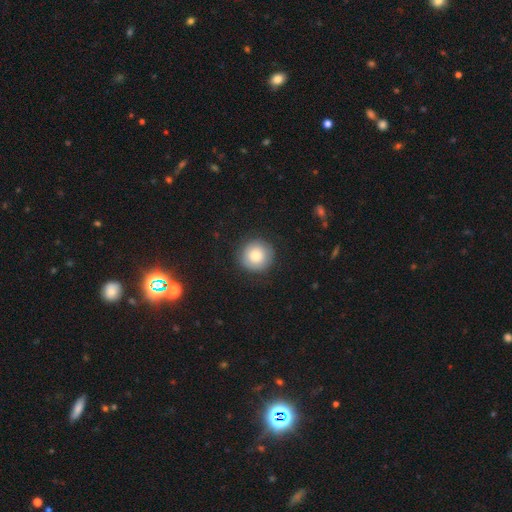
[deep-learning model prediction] Morphology: type=smooth (81%); roundness=round (95%); merging=none (87%).